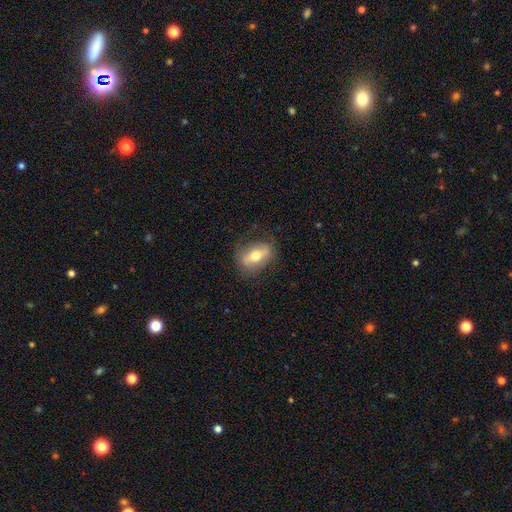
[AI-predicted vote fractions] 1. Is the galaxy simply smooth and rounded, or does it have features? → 48% featured or disk, 45% smooth, 7% star or artifact.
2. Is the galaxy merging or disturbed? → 77% none, 16% minor disturbance, 6% major disturbance, 1% merger.